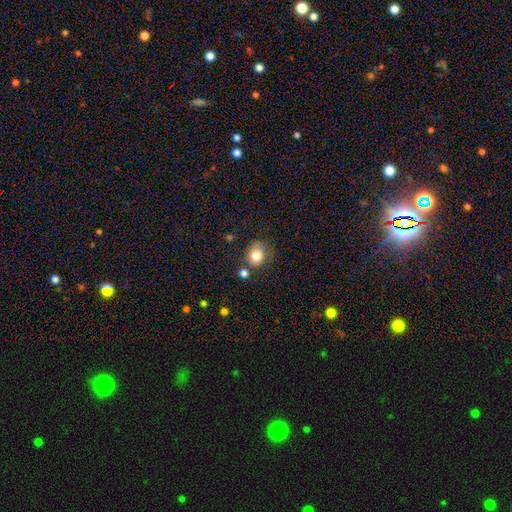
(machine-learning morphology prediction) smooth_or_featured: smooth (p=0.81) [alt: star or artifact p=0.10]
how_rounded: round (p=0.70) [alt: in between p=0.30]
merging: none (p=0.69) [alt: minor disturbance p=0.17]